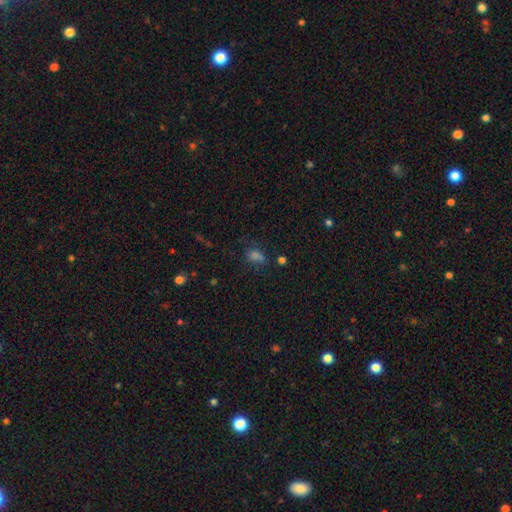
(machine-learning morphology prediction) Smooth or featured? smooth (64%)
How rounded? in between (72%)
Merging? none (57%)